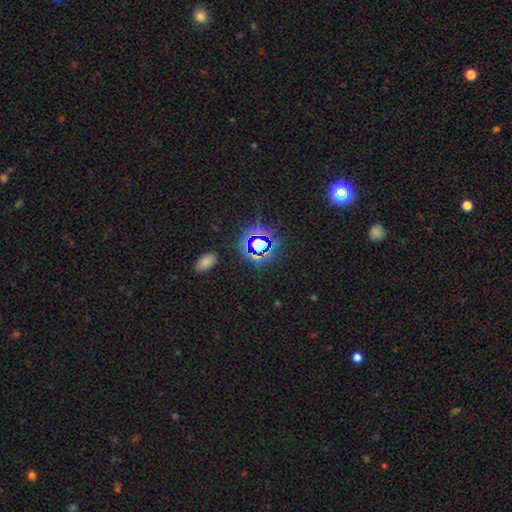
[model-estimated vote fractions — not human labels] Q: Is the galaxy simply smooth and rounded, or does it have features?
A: star or artifact — 73%.